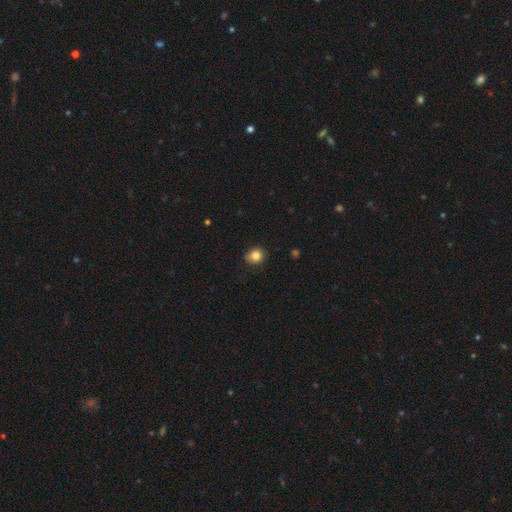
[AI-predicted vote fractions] Smooth or featured: smooth — 83% (star or artifact — 10%)
How rounded: round — 73% (in between — 26%)
Merging: none — 82% (minor disturbance — 14%)